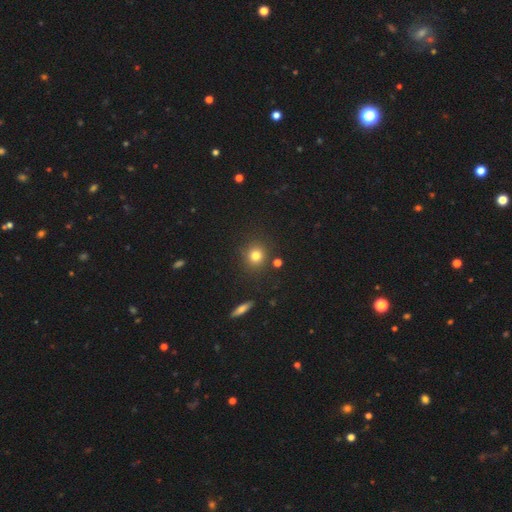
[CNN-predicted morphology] Smooth or featured? smooth (79%)
How rounded? round (87%)
Merging? none (85%)